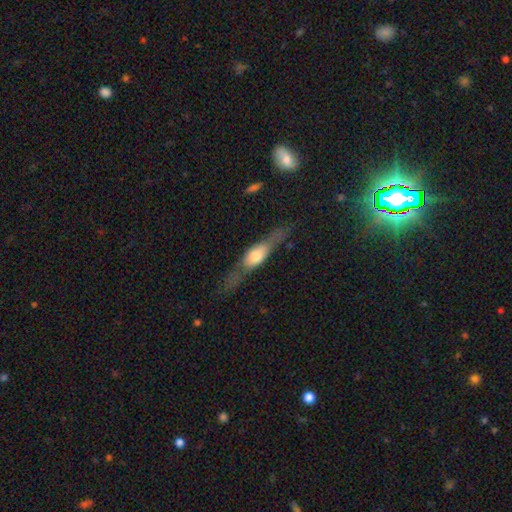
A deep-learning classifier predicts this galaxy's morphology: type=featured or disk (57%); edge-on=yes (85%); merging=none (66%).